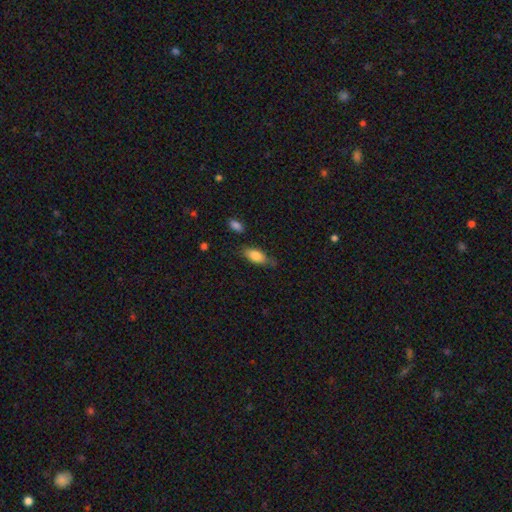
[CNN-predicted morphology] A smooth galaxy with no disk features (79%) that is in between round and cigar-shaped (80%). Merging: none (65%).